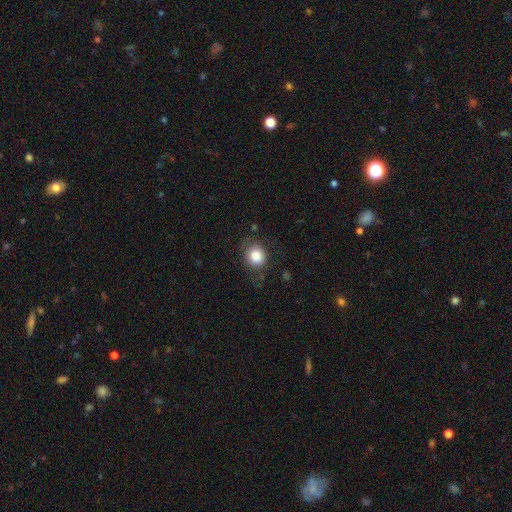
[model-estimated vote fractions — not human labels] A smooth galaxy with no disk features (83%) that is round (74%).

Vote fractions:
- Smooth or featured? smooth: 83% / star or artifact: 9% / featured or disk: 7%
- How rounded? round: 74% / in between: 25% / cigar-shaped: 1%
- Merging? none: 74% / minor disturbance: 18% / major disturbance: 6% / merger: 2%